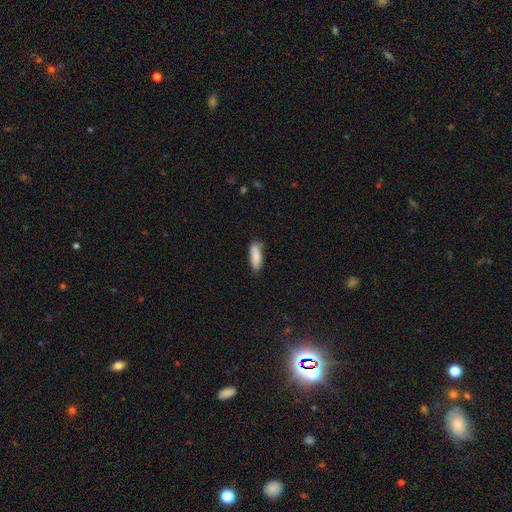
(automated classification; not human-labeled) A smooth galaxy with no disk features (85%) that is in between round and cigar-shaped (58%). Merging: none (74%).